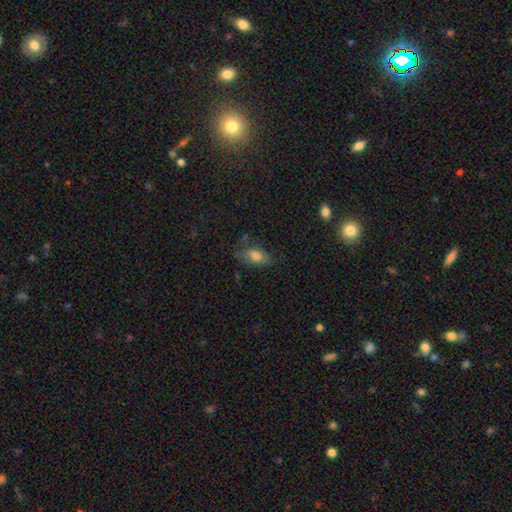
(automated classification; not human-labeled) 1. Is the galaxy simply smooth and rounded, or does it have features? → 77% smooth, 14% featured or disk, 10% star or artifact.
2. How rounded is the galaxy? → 86% in between, 9% cigar-shaped, 5% round.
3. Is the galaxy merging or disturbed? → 65% none, 23% minor disturbance, 7% major disturbance, 4% merger.